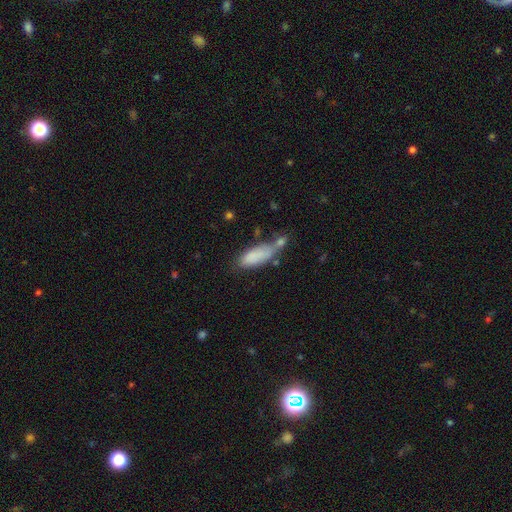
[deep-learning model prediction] smooth-or-featured: smooth: 81% | featured or disk: 11% | star or artifact: 7%
  how-rounded: in between: 65% | cigar-shaped: 33% | round: 2%
  merging: none: 42% | minor disturbance: 25% | merger: 22% | major disturbance: 11%